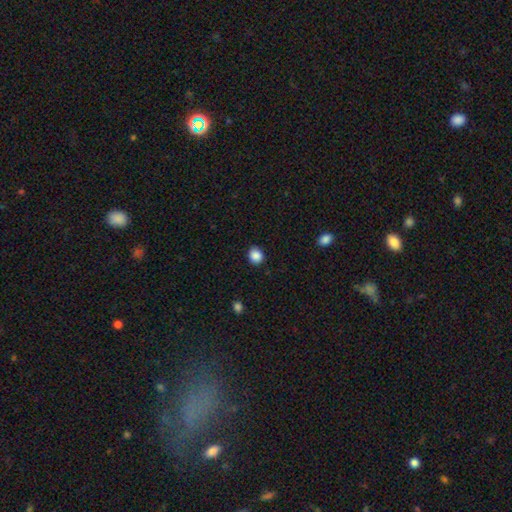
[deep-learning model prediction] smooth_or_featured: smooth (p=0.88) [alt: star or artifact p=0.09]
how_rounded: round (p=0.68) [alt: in between p=0.31]
merging: none (p=0.89) [alt: minor disturbance p=0.08]